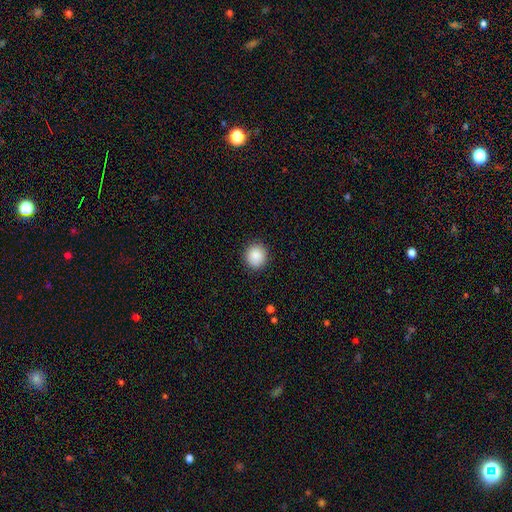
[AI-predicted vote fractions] smooth 88%, star or artifact 8%, featured or disk 4%. Down the decision tree: how rounded — round (86%); merging — none (91%).